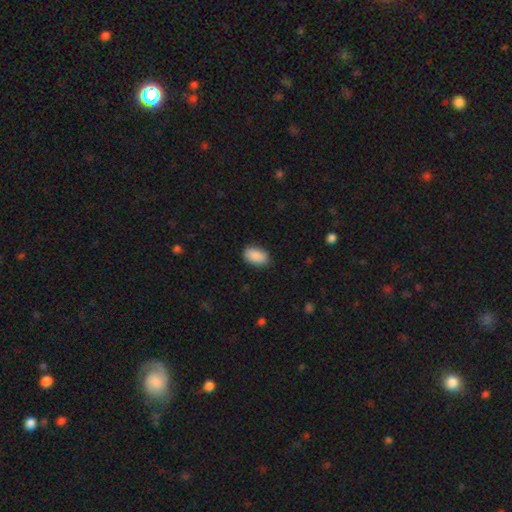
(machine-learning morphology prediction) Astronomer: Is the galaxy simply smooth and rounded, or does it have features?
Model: smooth — 90%.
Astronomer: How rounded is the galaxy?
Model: in between — 93%.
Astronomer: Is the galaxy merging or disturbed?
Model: none — 87%.